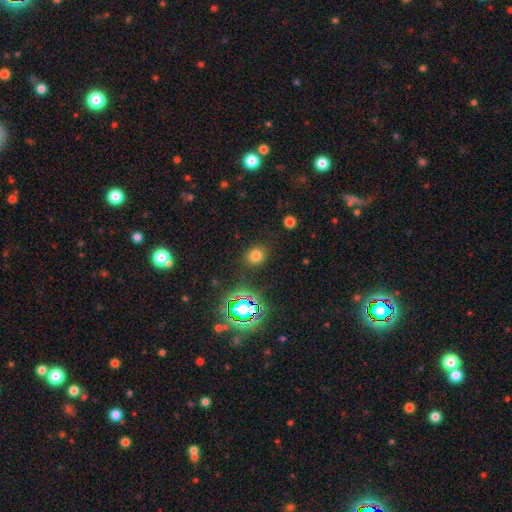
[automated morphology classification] Smooth or featured: smooth — 72% (star or artifact — 21%)
How rounded: round — 69% (in between — 30%)
Merging: none — 85% (minor disturbance — 9%)